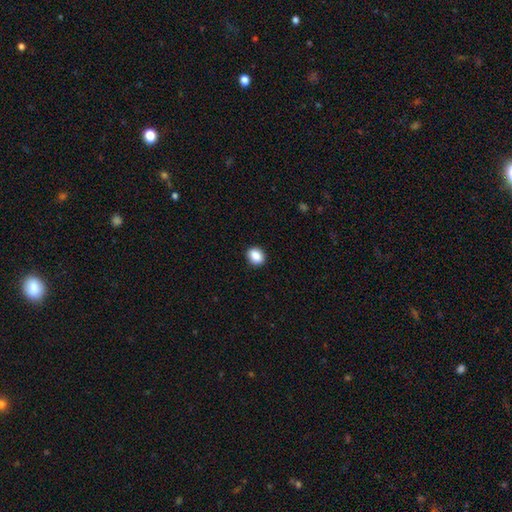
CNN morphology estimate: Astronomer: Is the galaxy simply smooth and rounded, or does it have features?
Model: smooth — 89%.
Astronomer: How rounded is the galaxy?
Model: round — 54% (runner-up: in between, 45%).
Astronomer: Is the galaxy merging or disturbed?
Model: none — 90%.